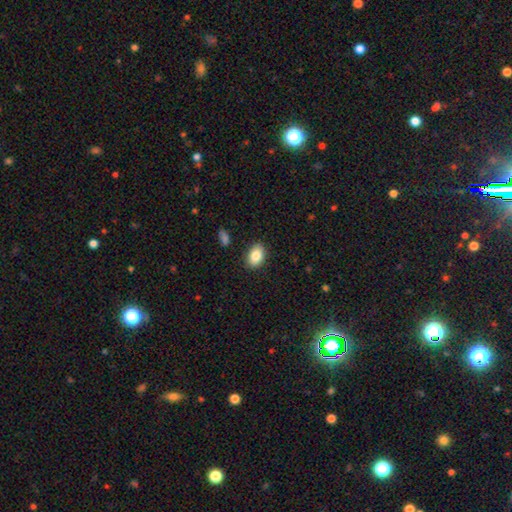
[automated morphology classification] Q: Smooth or featured?
A: smooth (85%); runner-up: featured or disk (8%)
Q: How rounded?
A: in between (86%); runner-up: round (13%)
Q: Merging?
A: none (88%); runner-up: minor disturbance (9%)